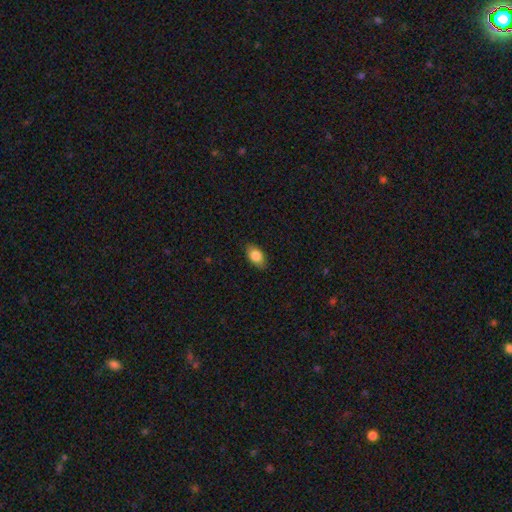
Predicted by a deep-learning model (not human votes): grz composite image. It shows a smooth galaxy with no disk features (84%) that is in between round and cigar-shaped (90%). Merging: none (86%).